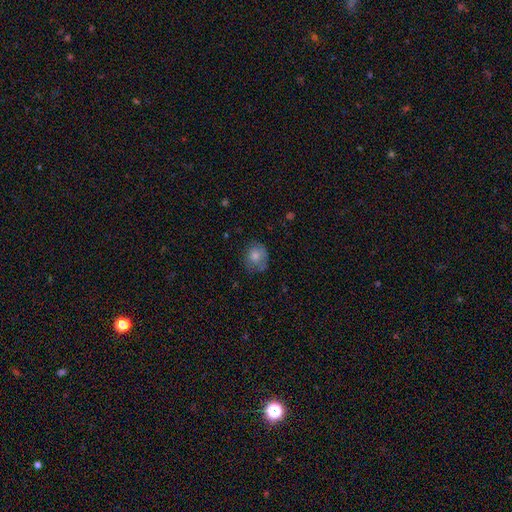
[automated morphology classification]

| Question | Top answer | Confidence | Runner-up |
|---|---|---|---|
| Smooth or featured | smooth | 74% | featured or disk (17%) |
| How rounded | round | 64% | in between (35%) |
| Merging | none | 61% | minor disturbance (27%) |